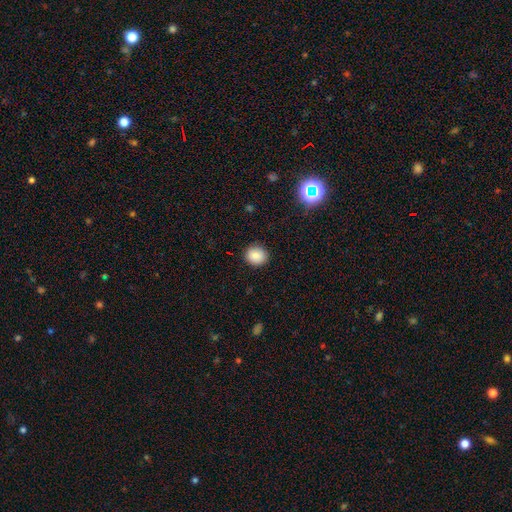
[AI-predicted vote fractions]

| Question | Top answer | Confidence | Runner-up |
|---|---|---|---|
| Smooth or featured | smooth | 85% | star or artifact (10%) |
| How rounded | round | 80% | in between (19%) |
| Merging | none | 89% | minor disturbance (8%) |